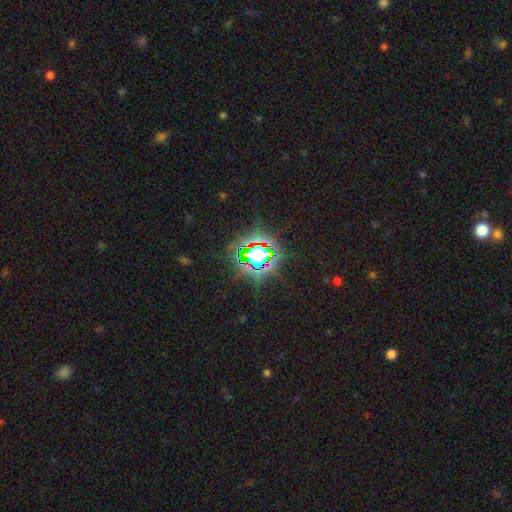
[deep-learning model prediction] A star or artifact, not a galaxy (81%).

Vote fractions:
- Smooth or featured? star or artifact: 81% / smooth: 11% / featured or disk: 7%